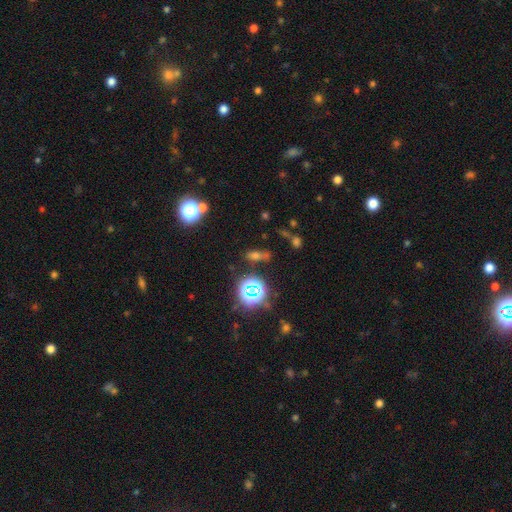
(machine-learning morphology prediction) Smooth or featured?
  - smooth: 47% *
  - star or artifact: 37%
  - featured or disk: 16%
Merging?
  - none: 73% *
  - minor disturbance: 13%
  - merger: 8%
  - major disturbance: 5%